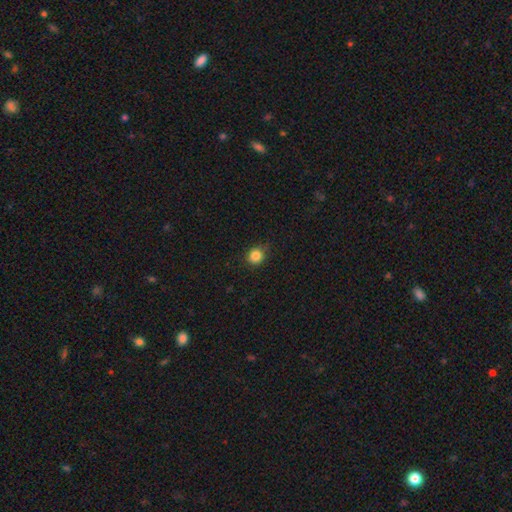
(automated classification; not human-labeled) smooth_or_featured: smooth (p=0.84) [alt: star or artifact p=0.11]
how_rounded: round (p=0.88) [alt: in between p=0.11]
merging: none (p=0.83) [alt: minor disturbance p=0.13]